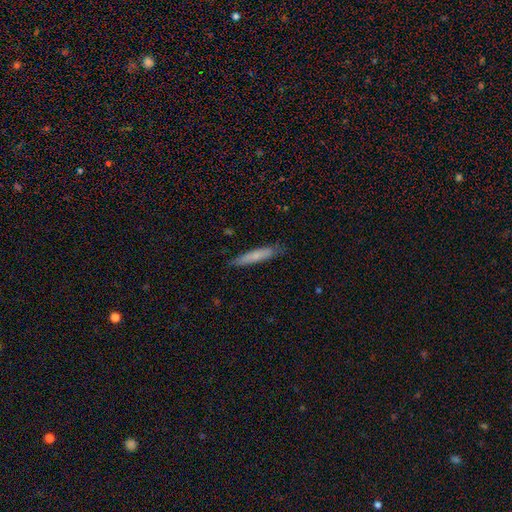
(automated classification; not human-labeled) The model was most divided on "smooth or featured": smooth: 70%, featured or disk: 24%, star or artifact: 6%. More confident: how rounded — cigar-shaped (91%); merging — none (82%).